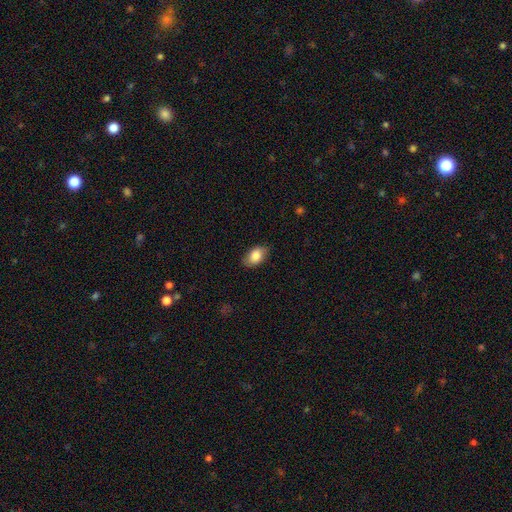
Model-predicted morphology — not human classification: This appears to be a smooth galaxy with no disk features (84%) that is in between round and cigar-shaped (90%). Merging: none (83%).